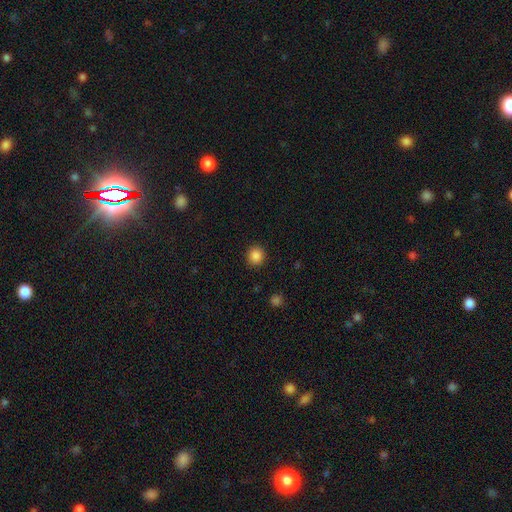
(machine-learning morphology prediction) This appears to be a smooth galaxy with no disk features (86%) that is round (91%). Merging: none (91%).